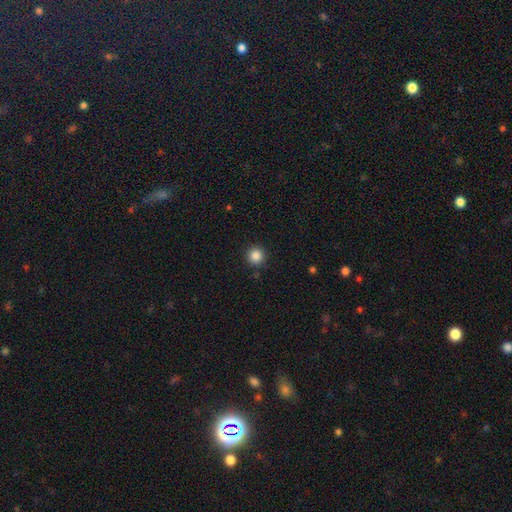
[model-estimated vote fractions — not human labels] The model was most divided on "smooth or featured": smooth: 86%, star or artifact: 11%, featured or disk: 3%. More confident: how rounded — round (95%); merging — none (91%).